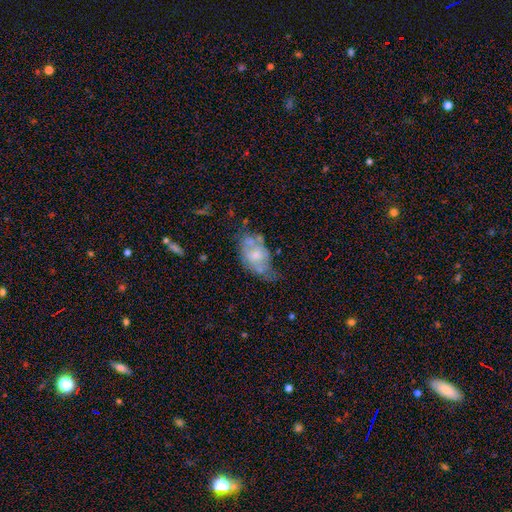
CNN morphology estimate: This appears to be a featured or disk galaxy (54%) with no bar (78%), no spiral arms (67%) and a moderate central bulge (45%). Merging: minor disturbance (35%).